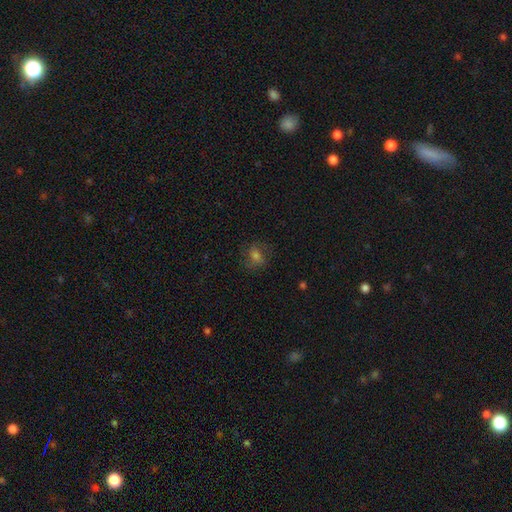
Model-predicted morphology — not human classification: smooth_or_featured: smooth (p=0.53) [alt: featured or disk p=0.27]
how_rounded: round (p=0.56) [alt: in between p=0.42]
merging: none (p=0.74) [alt: minor disturbance p=0.16]